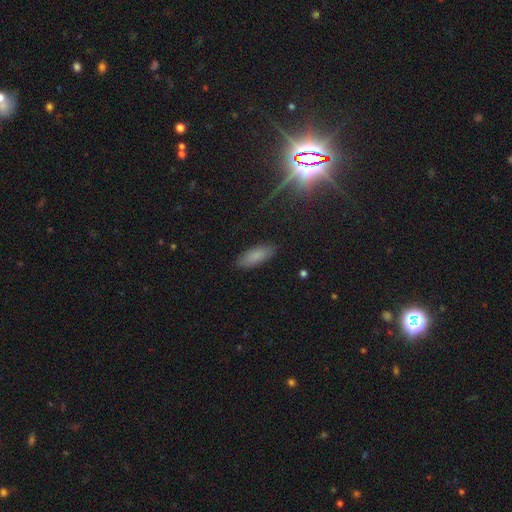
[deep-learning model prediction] This is clearly a smooth galaxy (81%). How rounded: likely in between (78%). Merging: clearly none (86%).